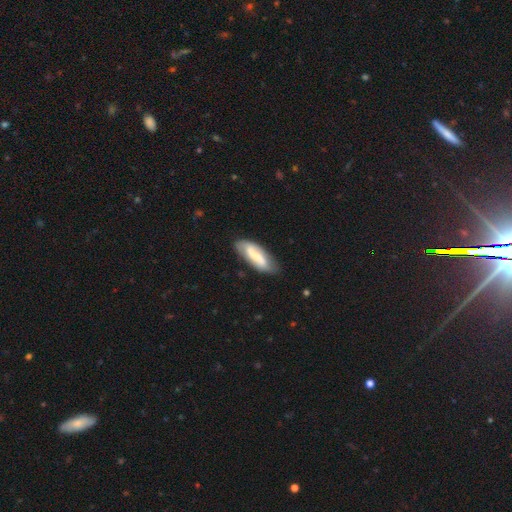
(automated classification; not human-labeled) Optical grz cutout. It shows a smooth galaxy with no disk features (51%) that is in between round and cigar-shaped (69%). Merging: none (69%).